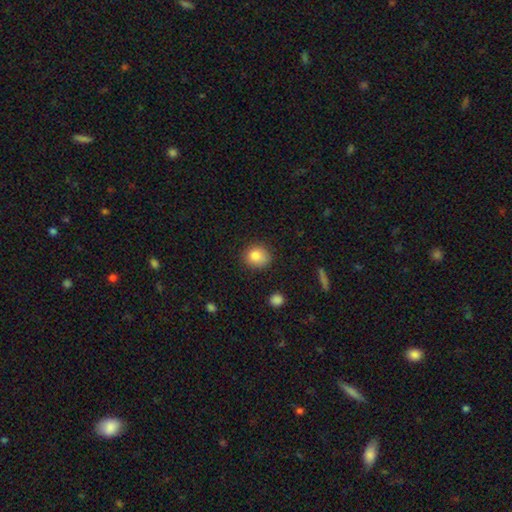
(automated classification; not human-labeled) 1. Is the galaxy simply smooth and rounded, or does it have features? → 84% smooth, 10% star or artifact, 6% featured or disk.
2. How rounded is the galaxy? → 80% round, 19% in between, 1% cigar-shaped.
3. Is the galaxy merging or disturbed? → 82% none, 13% minor disturbance, 3% major disturbance, 2% merger.